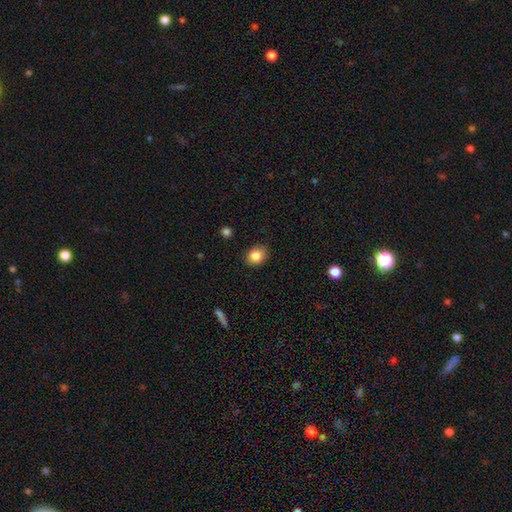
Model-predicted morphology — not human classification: smooth 85%, star or artifact 9%, featured or disk 5%. Down the decision tree: how rounded — round (51%); merging — none (85%).